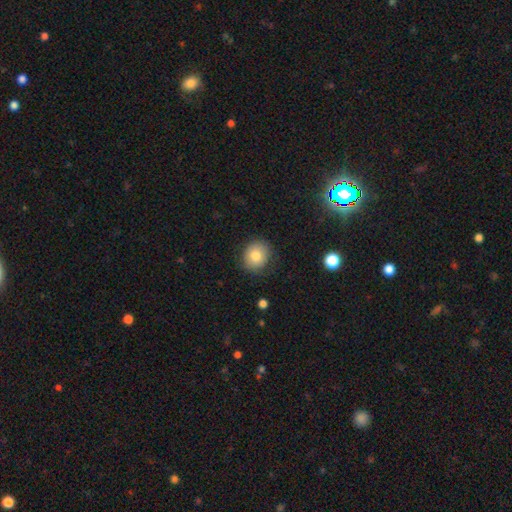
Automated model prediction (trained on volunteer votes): This is clearly a smooth galaxy (80%). How rounded: likely round (77%). Merging: clearly none (81%).